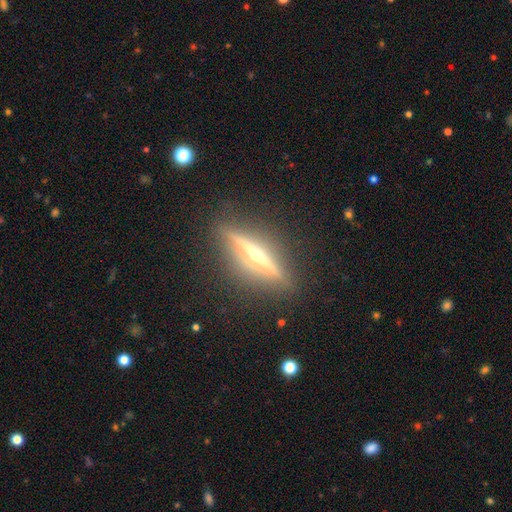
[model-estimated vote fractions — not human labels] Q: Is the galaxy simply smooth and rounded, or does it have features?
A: featured or disk — 84%.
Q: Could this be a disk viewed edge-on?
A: yes — 97%.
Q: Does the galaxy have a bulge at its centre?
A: rounded — 91%.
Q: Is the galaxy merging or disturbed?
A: none — 89%.